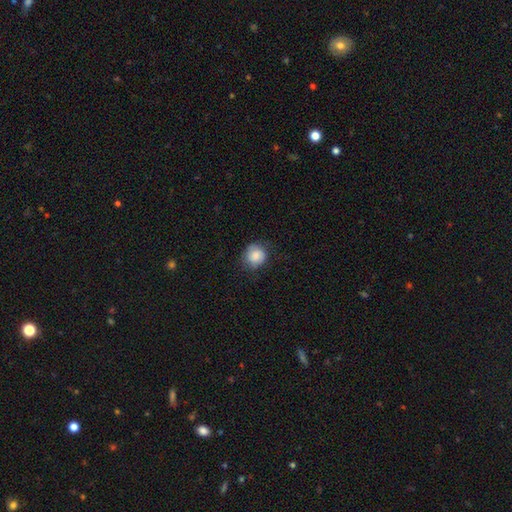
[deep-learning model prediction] Smooth or featured: smooth — 84% (featured or disk — 8%)
How rounded: round — 83% (in between — 16%)
Merging: none — 72% (minor disturbance — 21%)